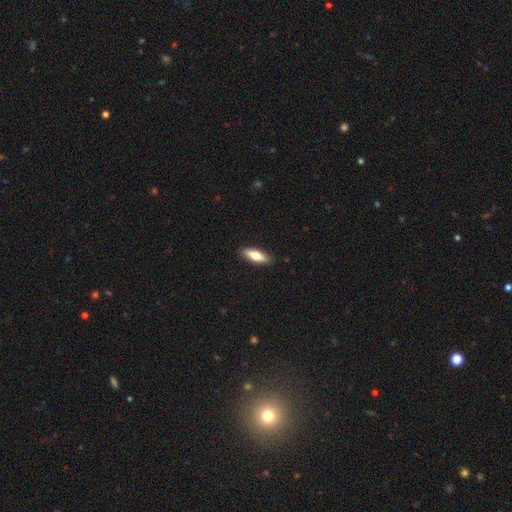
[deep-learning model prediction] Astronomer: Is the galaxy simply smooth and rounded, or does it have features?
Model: smooth — 69%.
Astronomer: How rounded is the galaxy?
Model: in between — 58% (runner-up: cigar-shaped, 39%).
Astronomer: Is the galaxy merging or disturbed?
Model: none — 90%.